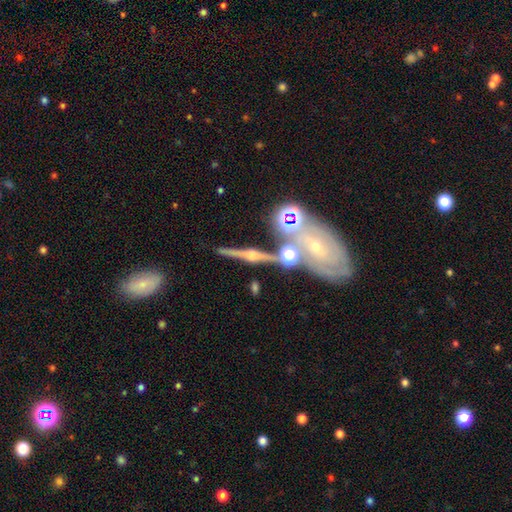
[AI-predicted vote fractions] smooth-or-featured: featured or disk: 70% | smooth: 17% | star or artifact: 13%
  disk-edge-on: yes: 53% | no: 47%
  merging: none: 57% | merger: 23% | minor disturbance: 14% | major disturbance: 6%